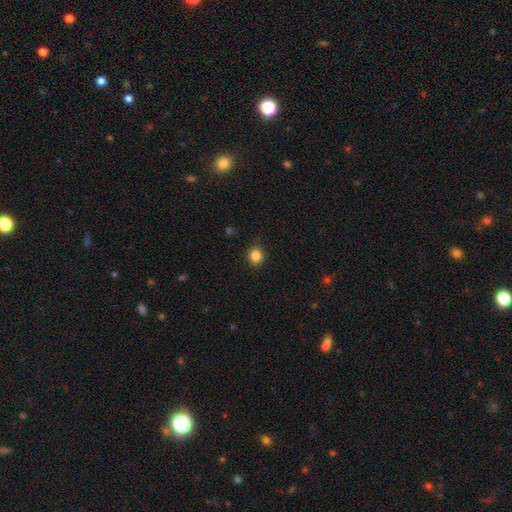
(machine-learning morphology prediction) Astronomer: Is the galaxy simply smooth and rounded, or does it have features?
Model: smooth — 85%.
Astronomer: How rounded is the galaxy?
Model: round — 75%.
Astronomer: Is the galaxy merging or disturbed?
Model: none — 88%.